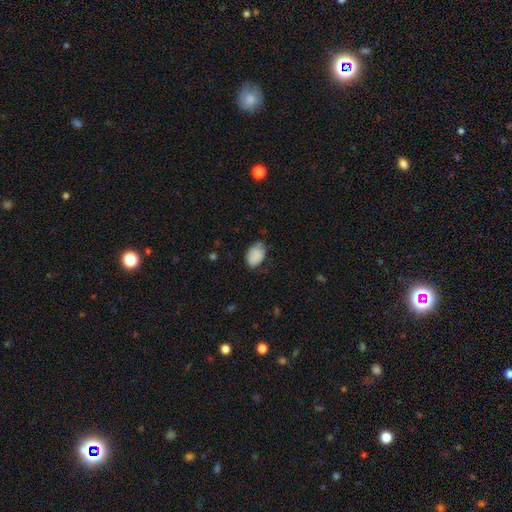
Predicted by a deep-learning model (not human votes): The model was most divided on "merging": none: 58%, minor disturbance: 33%, major disturbance: 7%, merger: 2%. More confident: smooth or featured — smooth (86%); how rounded — in between (82%).